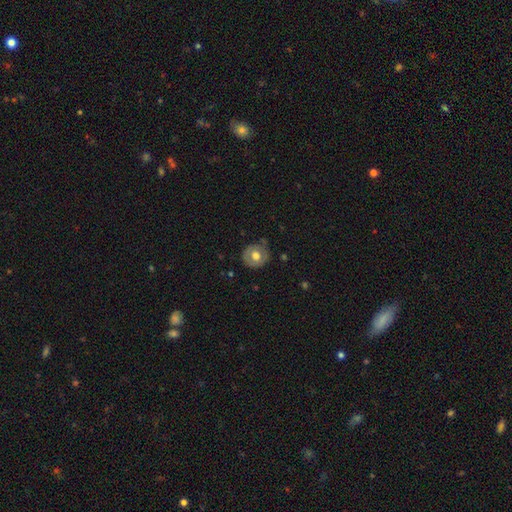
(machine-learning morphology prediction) This is possibly a smooth galaxy (54%). How rounded: clearly round (83%). Merging: likely none (77%).